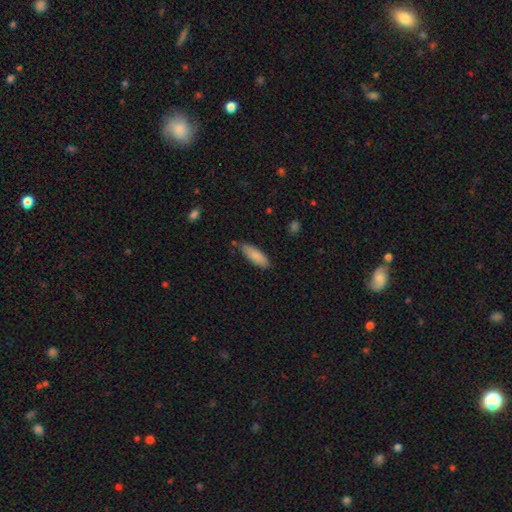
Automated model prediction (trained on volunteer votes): smooth_or_featured: smooth (p=0.86) [alt: featured or disk p=0.08]
how_rounded: in between (p=0.61) [alt: cigar-shaped p=0.37]
merging: none (p=0.75) [alt: minor disturbance p=0.19]